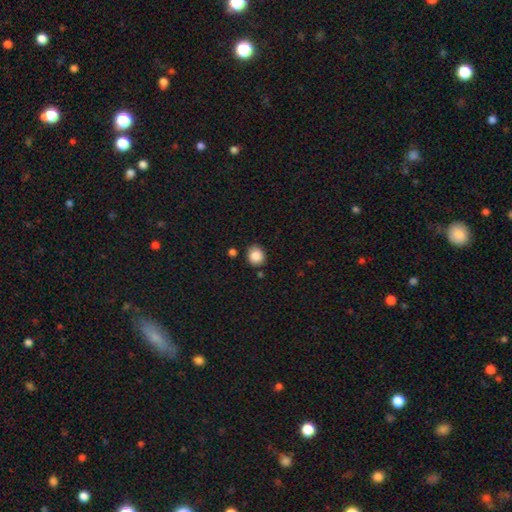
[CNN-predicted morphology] Overall: smooth (87%). How rounded: round (82%). Merging: none (84%).